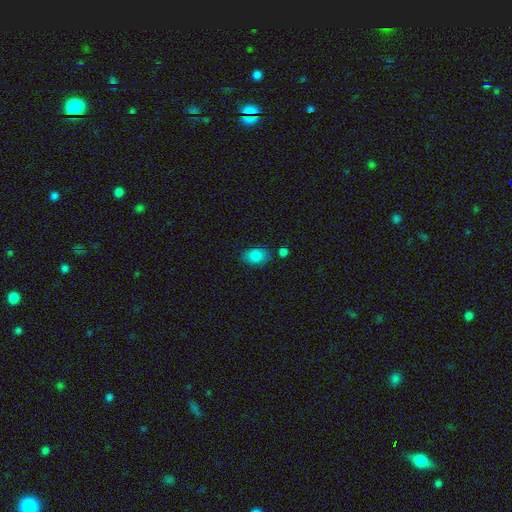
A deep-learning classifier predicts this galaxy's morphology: The model was most divided on "merging": none: 76%, minor disturbance: 15%, merger: 6%, major disturbance: 4%. More confident: smooth or featured — smooth (86%); how rounded — in between (81%).